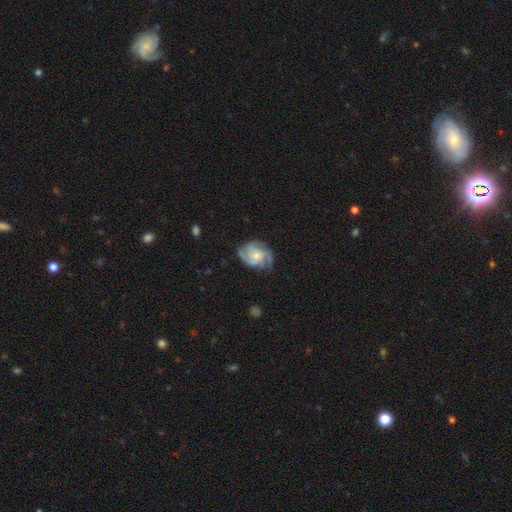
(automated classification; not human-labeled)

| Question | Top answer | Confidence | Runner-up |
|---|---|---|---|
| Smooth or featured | featured or disk | 85% | smooth (10%) |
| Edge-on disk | no | 98% | yes (2%) |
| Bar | no | 73% | weak (23%) |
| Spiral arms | yes | 97% | no (3%) |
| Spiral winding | tight | 50% | medium (41%) |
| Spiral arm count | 3 | 53% | 4 (18%) |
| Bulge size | small | 59% | moderate (35%) |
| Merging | none | 70% | minor disturbance (21%) |